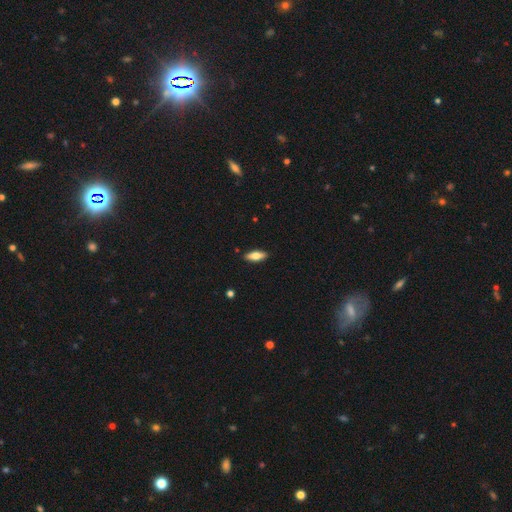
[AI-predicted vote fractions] Smooth or featured: smooth — 67% (featured or disk — 27%)
How rounded: in between — 70% (cigar-shaped — 27%)
Merging: none — 89% (minor disturbance — 8%)